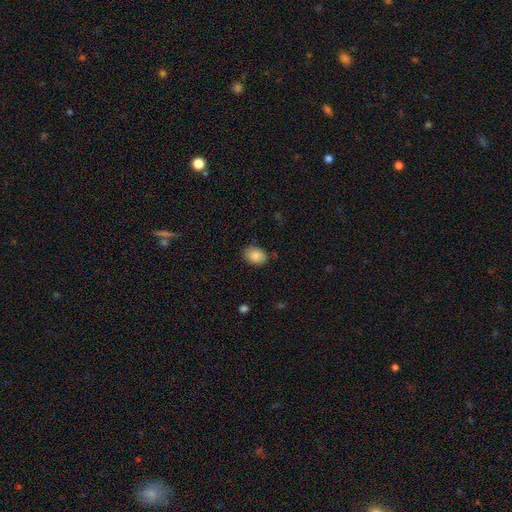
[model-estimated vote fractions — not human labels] smooth-or-featured: smooth: 87% | star or artifact: 7% | featured or disk: 6%
  how-rounded: in between: 79% | round: 20% | cigar-shaped: 1%
  merging: none: 82% | minor disturbance: 14% | major disturbance: 3% | merger: 1%